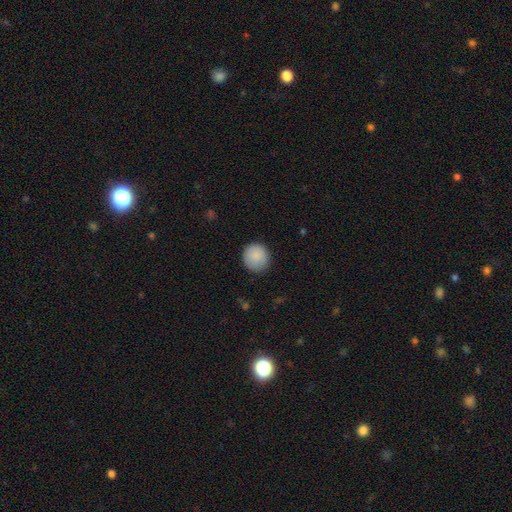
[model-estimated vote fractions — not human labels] smooth 89%, star or artifact 7%, featured or disk 4%. Down the decision tree: how rounded — round (92%); merging — none (88%).